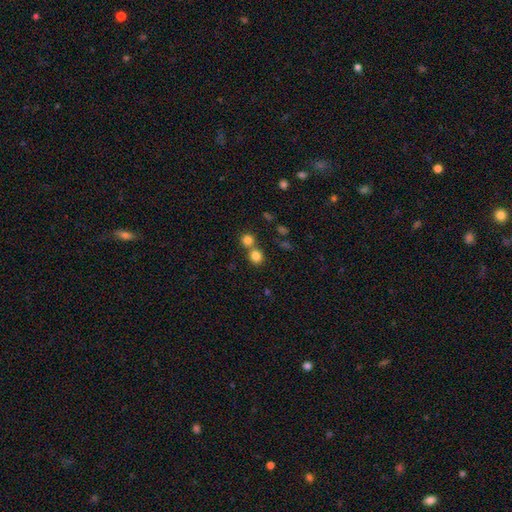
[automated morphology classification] This is clearly a smooth galaxy (81%). How rounded: clearly round (88%). Merging: possibly none (59%).